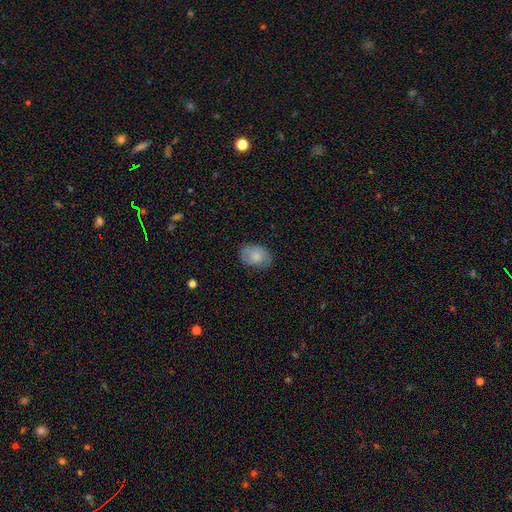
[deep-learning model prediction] A smooth galaxy with no disk features (74%) that is in between round and cigar-shaped (70%). Merging: none (75%).